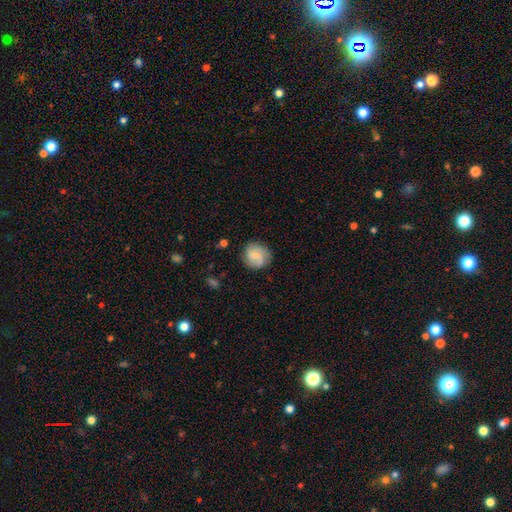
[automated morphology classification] A smooth galaxy with no disk features (57%) that is round (87%).

Vote fractions:
- Smooth or featured? smooth: 57% / featured or disk: 36% / star or artifact: 7%
- How rounded? round: 87% / in between: 12% / cigar-shaped: 1%
- Merging? none: 77% / minor disturbance: 16% / major disturbance: 5% / merger: 2%